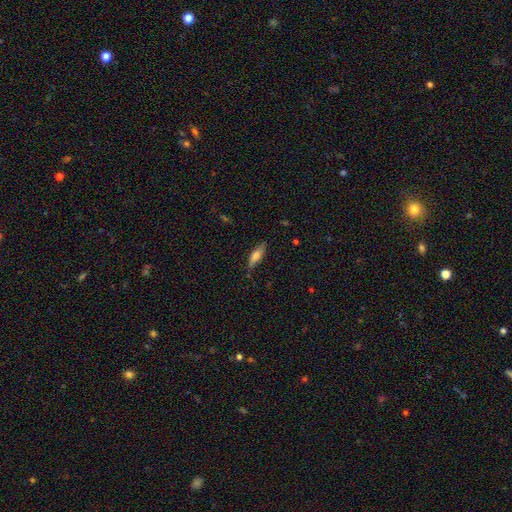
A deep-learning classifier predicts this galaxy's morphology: The model was most divided on "how rounded": in between: 50%, cigar-shaped: 47%, round: 2%. More confident: merging — none (79%); smooth or featured — smooth (68%).